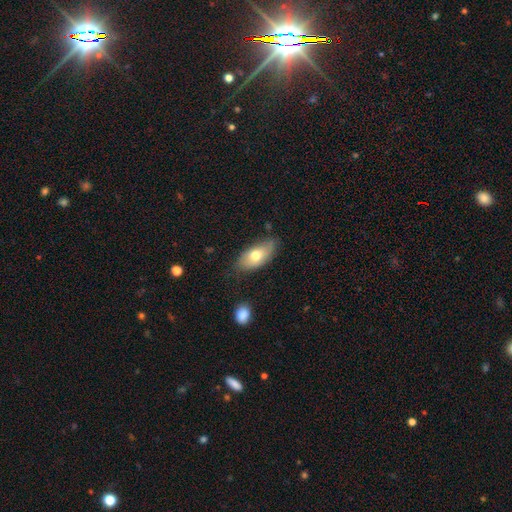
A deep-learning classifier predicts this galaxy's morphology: type=smooth (68%); roundness=in between (90%); merging=none (69%).